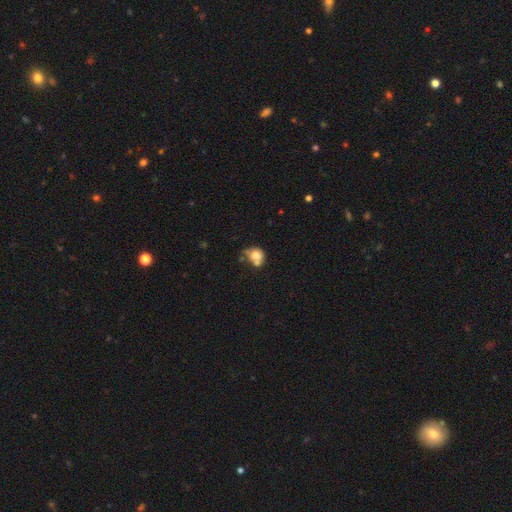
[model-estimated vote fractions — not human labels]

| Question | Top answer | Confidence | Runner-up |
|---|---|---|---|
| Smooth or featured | smooth | 73% | featured or disk (17%) |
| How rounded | round | 68% | in between (31%) |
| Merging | none | 38% | merger (32%) |